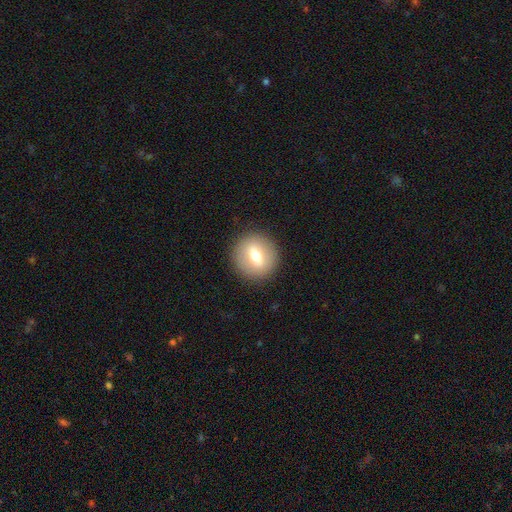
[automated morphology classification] smooth 62%, featured or disk 30%, star or artifact 8%. Down the decision tree: how rounded — round (86%); merging — none (90%).